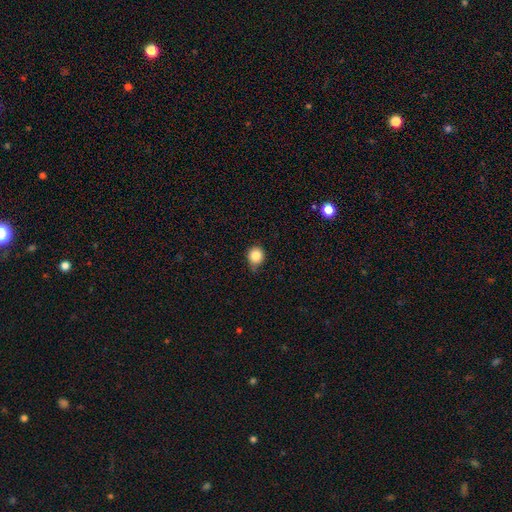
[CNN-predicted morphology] smooth_or_featured: smooth (p=0.85) [alt: star or artifact p=0.10]
how_rounded: round (p=0.87) [alt: in between p=0.12]
merging: none (p=0.69) [alt: minor disturbance p=0.25]